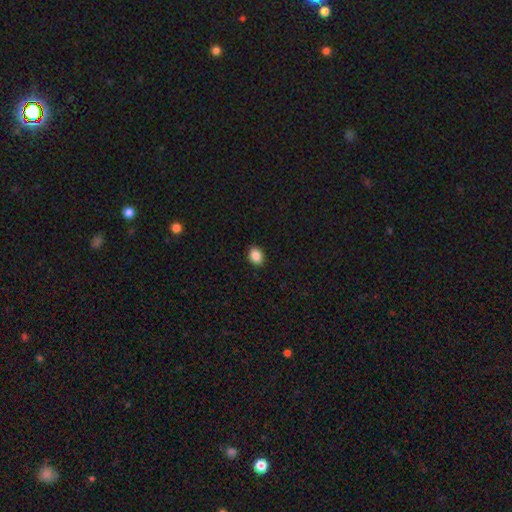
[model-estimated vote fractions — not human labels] Smooth or featured: smooth — 88% (star or artifact — 9%)
How rounded: in between — 64% (round — 35%)
Merging: none — 90% (minor disturbance — 7%)